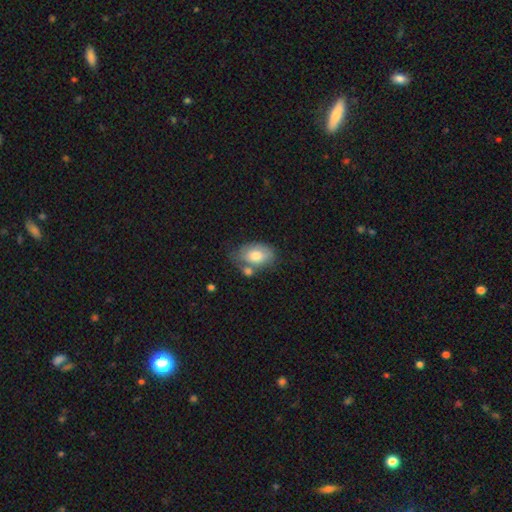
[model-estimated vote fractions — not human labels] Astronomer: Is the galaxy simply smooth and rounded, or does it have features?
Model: smooth — 74%.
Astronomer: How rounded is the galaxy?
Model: in between — 87%.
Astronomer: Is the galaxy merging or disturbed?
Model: none — 47% (runner-up: minor disturbance, 24%).